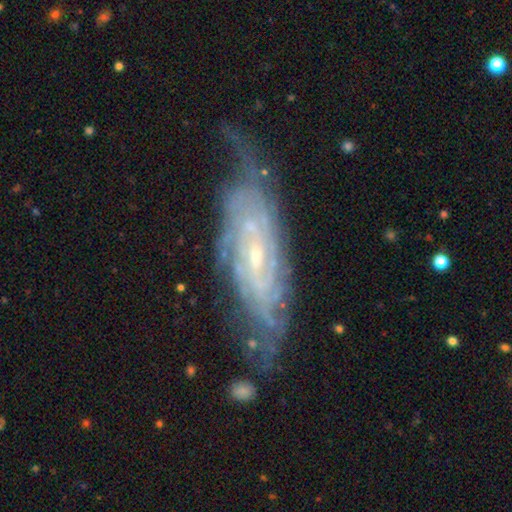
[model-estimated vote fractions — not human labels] This appears to be a featured or disk galaxy (84%) with no bar (45%), tight (68%) spiral arms (95%) and a small central bulge (75%). Merging: none (61%).